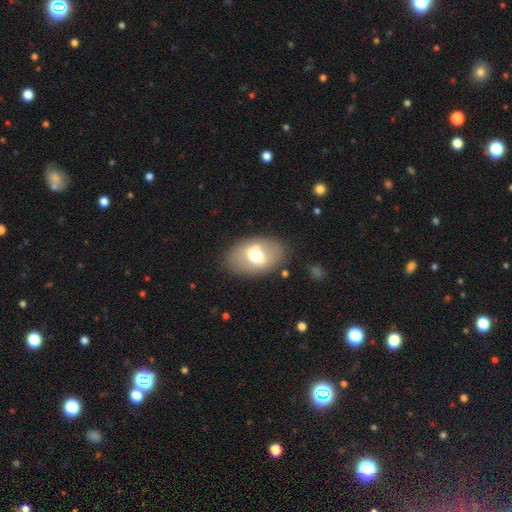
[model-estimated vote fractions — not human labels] Q: Smooth or featured?
A: smooth (56%); runner-up: featured or disk (36%)
Q: How rounded?
A: in between (84%); runner-up: round (14%)
Q: Merging?
A: none (79%); runner-up: minor disturbance (13%)